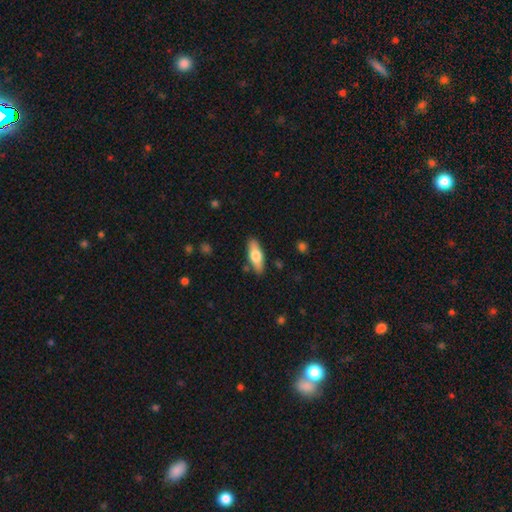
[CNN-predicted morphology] smooth 67%, featured or disk 28%, star or artifact 6%. Down the decision tree: how rounded — in between (69%); merging — none (85%).